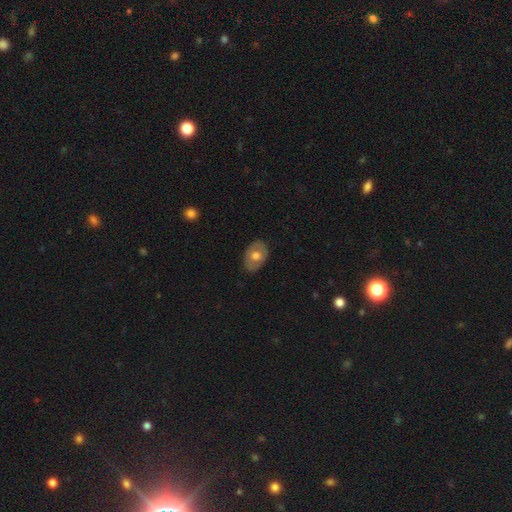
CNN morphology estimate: Smooth or featured? smooth (56%)
How rounded? in between (79%)
Merging? none (81%)